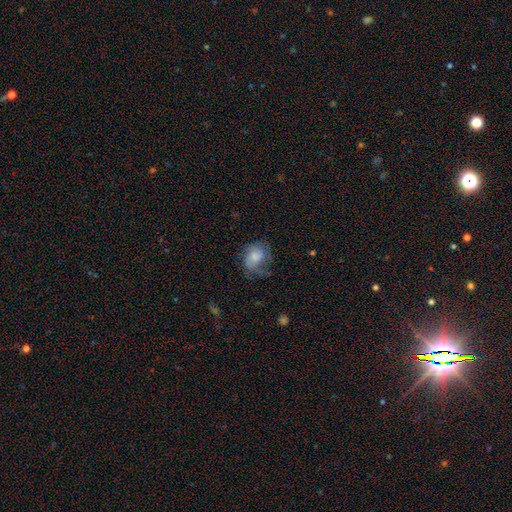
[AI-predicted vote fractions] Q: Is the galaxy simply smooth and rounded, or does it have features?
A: smooth — 63%.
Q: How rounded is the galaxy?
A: in between — 53%.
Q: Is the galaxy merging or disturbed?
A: none — 45%.